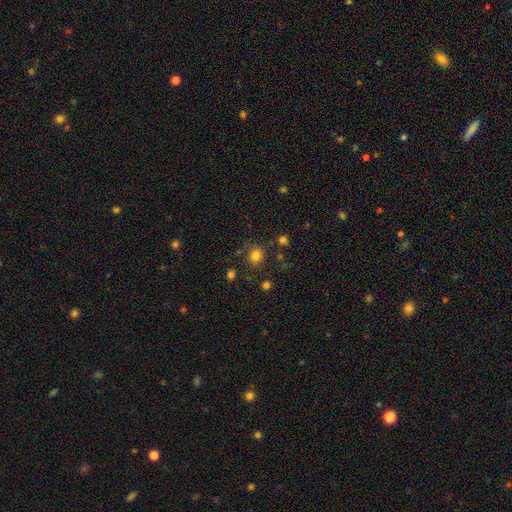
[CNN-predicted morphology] This is likely a smooth galaxy (79%). How rounded: likely round (76%). Merging: likely none (79%).